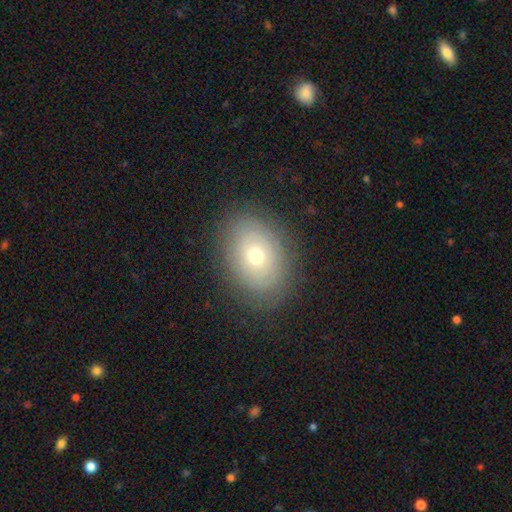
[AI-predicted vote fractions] Smooth or featured? smooth (58%)
How rounded? in between (72%)
Merging? none (84%)